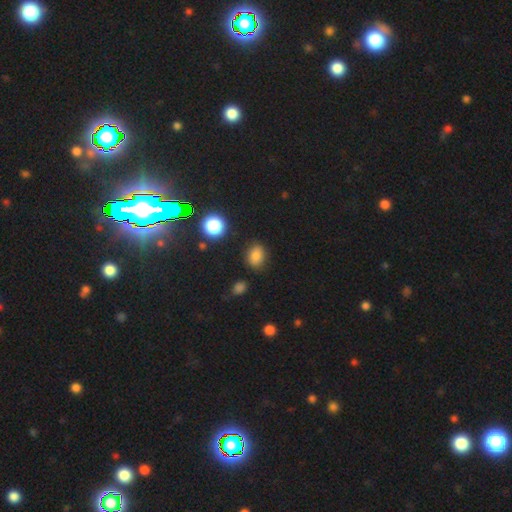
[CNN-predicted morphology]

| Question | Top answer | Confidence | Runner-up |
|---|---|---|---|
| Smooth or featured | smooth | 82% | star or artifact (13%) |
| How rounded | in between | 61% | round (38%) |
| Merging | none | 83% | minor disturbance (12%) |